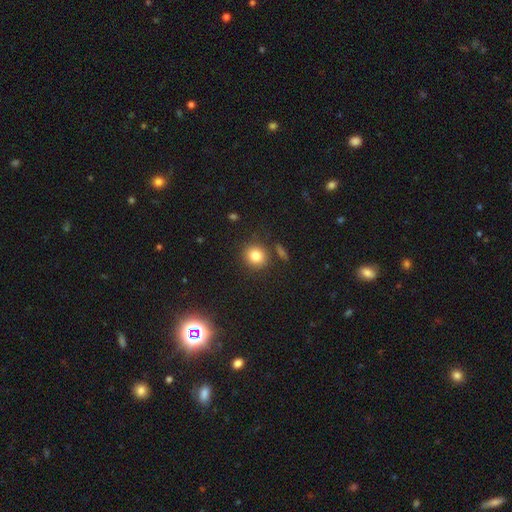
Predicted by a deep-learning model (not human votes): This is clearly a smooth galaxy (82%). How rounded: clearly round (84%). Merging: clearly none (82%).